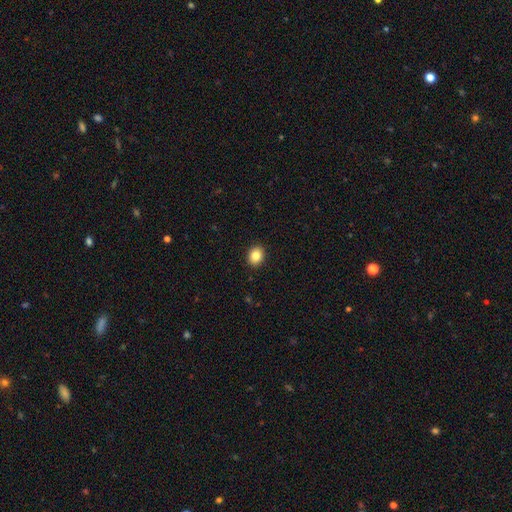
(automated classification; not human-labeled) This appears to be a smooth galaxy with no disk features (85%) that is round (56%). Merging: none (91%).